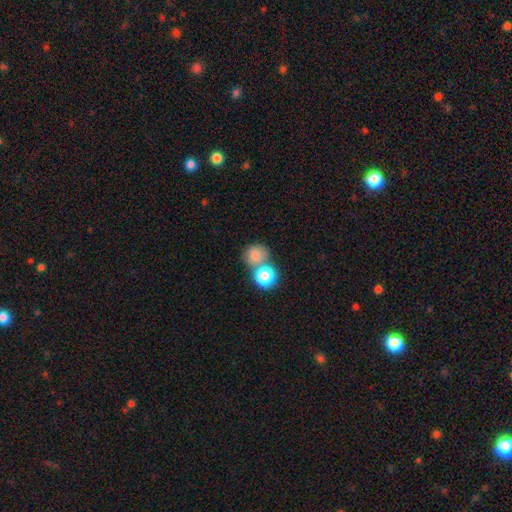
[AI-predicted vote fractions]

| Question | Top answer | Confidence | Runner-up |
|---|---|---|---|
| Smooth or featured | smooth | 78% | star or artifact (13%) |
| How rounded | round | 83% | in between (16%) |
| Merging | none | 46% | merger (40%) |